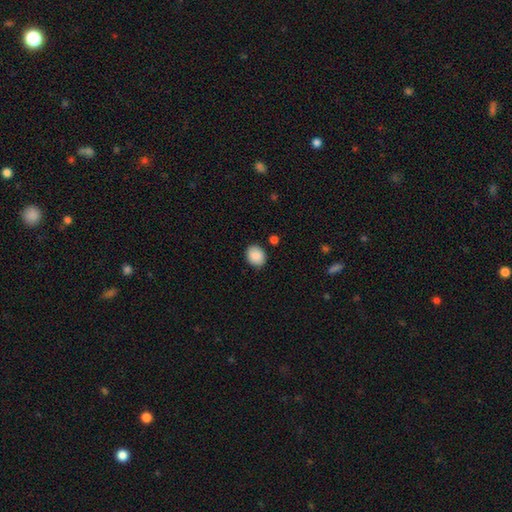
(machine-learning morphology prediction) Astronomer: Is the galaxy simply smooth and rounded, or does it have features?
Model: smooth — 89%.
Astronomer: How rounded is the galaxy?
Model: round — 59% (runner-up: in between, 40%).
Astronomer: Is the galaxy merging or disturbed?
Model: none — 86%.